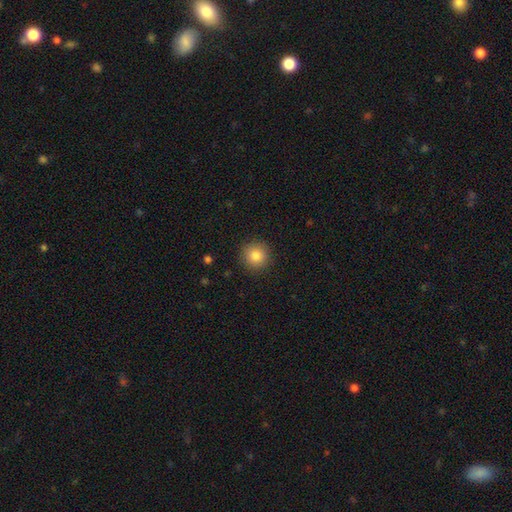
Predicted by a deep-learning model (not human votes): A smooth galaxy with no disk features (85%) that is round (95%). Merging: none (91%).